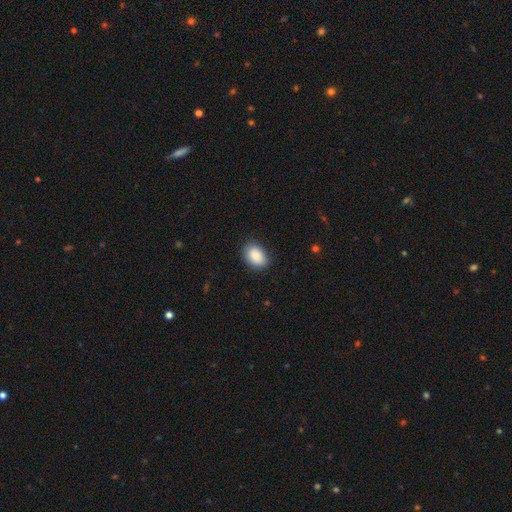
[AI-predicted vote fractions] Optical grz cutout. It shows a smooth galaxy with no disk features (89%) that is in between round and cigar-shaped (83%). Merging: none (83%).